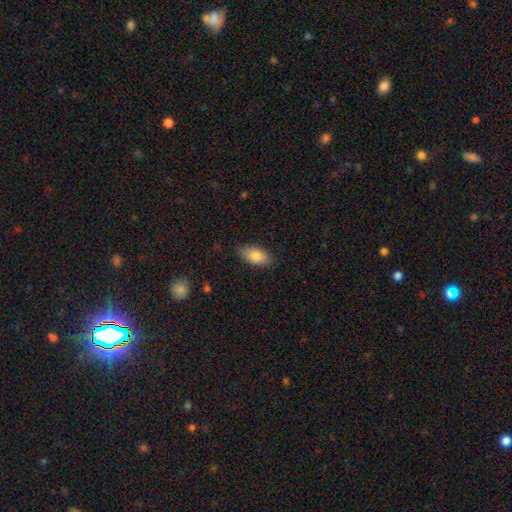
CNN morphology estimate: A smooth galaxy with no disk features (85%) that is in between round and cigar-shaped (91%). Merging: none (82%).